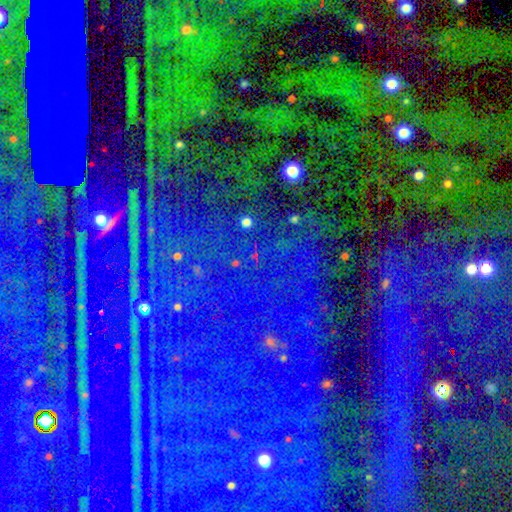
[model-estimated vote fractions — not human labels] Smooth or featured? star or artifact (83%)